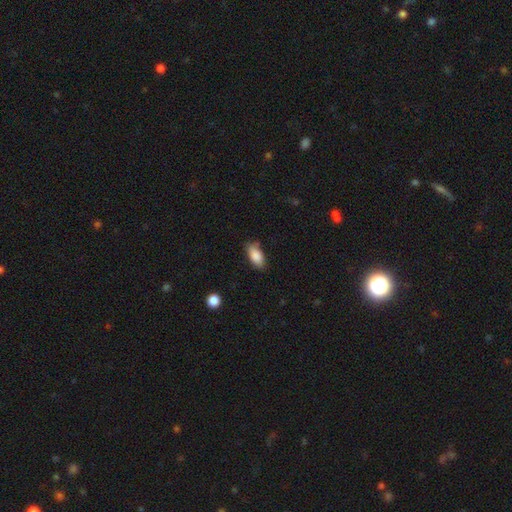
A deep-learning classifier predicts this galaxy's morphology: Smooth or featured? smooth (86%)
How rounded? in between (90%)
Merging? none (77%)